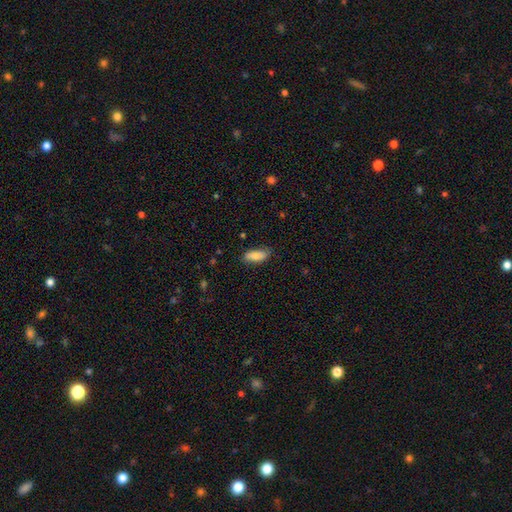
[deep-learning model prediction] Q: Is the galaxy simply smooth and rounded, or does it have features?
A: smooth — 81%.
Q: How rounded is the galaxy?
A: in between — 78%.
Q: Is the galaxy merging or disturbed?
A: none — 79%.